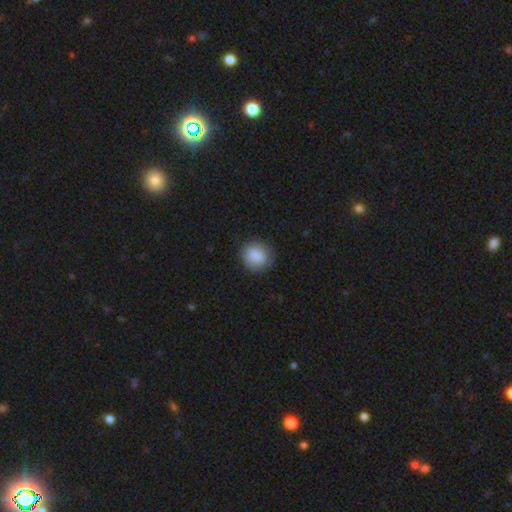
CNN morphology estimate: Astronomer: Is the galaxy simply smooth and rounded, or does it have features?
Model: smooth — 85%.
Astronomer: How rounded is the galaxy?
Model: round — 75%.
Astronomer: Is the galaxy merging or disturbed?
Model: none — 80%.